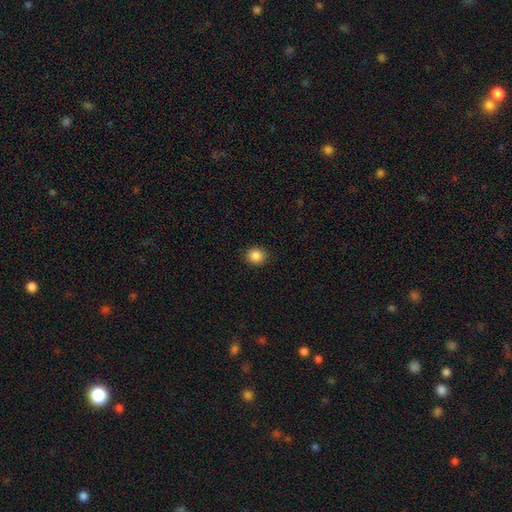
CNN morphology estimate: Smooth or featured? smooth (87%)
How rounded? round (81%)
Merging? none (91%)